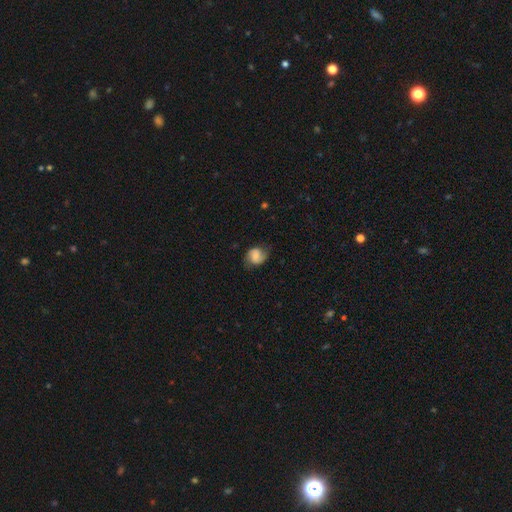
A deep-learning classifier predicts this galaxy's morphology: A smooth galaxy with no disk features (46%, tied with featured or disk).

Vote fractions:
- Smooth or featured? smooth: 46% (tied) / featured or disk: 46% (tied) / star or artifact: 9%
- Merging? none: 70% / minor disturbance: 22% / major disturbance: 7% / merger: 1%